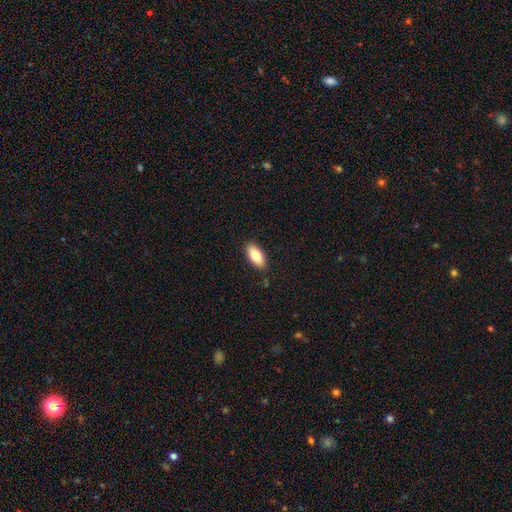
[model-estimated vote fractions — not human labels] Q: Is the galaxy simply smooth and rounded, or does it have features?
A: smooth — 80%.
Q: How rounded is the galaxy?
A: in between — 87%.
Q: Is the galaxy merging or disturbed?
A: none — 89%.